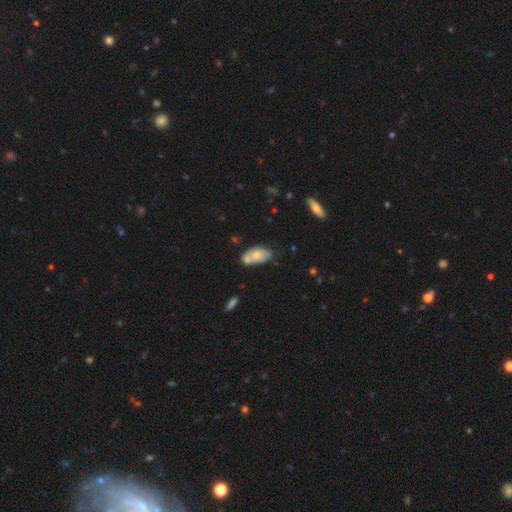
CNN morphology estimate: A smooth galaxy with no disk features (67%) that is in between round and cigar-shaped (92%).

Vote fractions:
- Smooth or featured? smooth: 67% / featured or disk: 26% / star or artifact: 7%
- How rounded? in between: 92% / round: 4% / cigar-shaped: 3%
- Merging? none: 41% / merger: 33% / minor disturbance: 20% / major disturbance: 6%